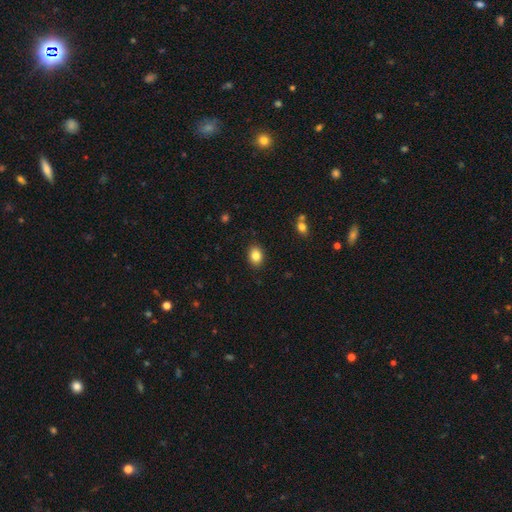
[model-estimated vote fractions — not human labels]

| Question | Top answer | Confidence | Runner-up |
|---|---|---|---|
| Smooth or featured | smooth | 85% | star or artifact (9%) |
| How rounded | in between | 67% | round (32%) |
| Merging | none | 88% | minor disturbance (8%) |